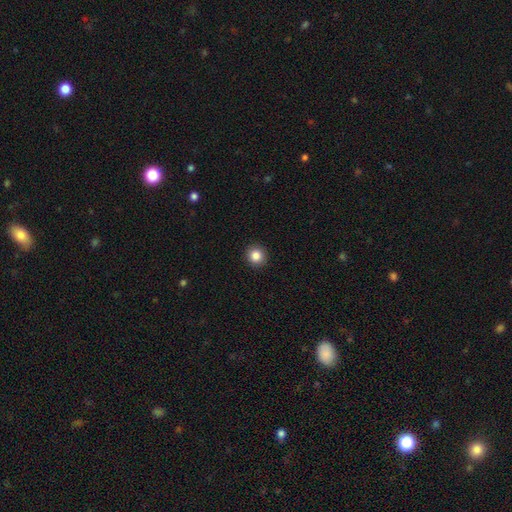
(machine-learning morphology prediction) A smooth galaxy with no disk features (85%) that is round (93%).

Vote fractions:
- Smooth or featured? smooth: 85% / star or artifact: 10% / featured or disk: 5%
- How rounded? round: 93% / in between: 6% / cigar-shaped: 1%
- Merging? none: 93% / minor disturbance: 5% / major disturbance: 2% / merger: 1%